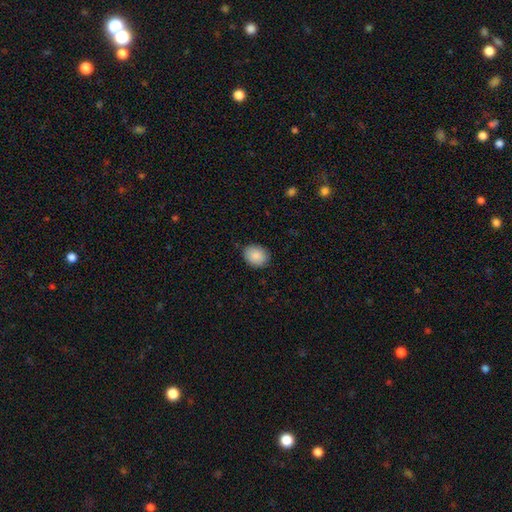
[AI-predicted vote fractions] This appears to be a smooth galaxy with no disk features (88%) that is in between round and cigar-shaped (50%). Merging: none (85%).